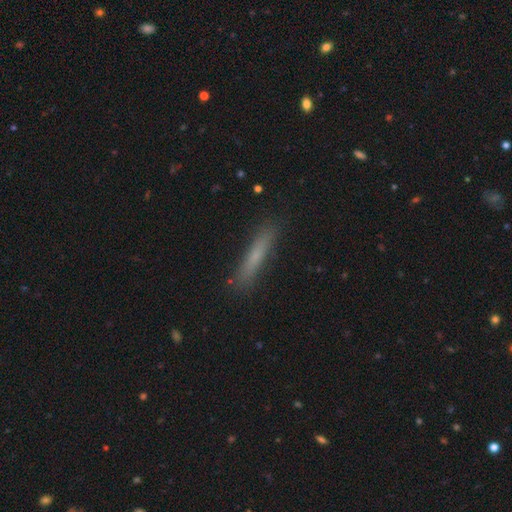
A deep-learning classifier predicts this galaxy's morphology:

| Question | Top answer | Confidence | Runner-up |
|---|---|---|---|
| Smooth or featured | smooth | 65% | featured or disk (27%) |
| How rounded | cigar-shaped | 92% | in between (7%) |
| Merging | none | 87% | minor disturbance (9%) |